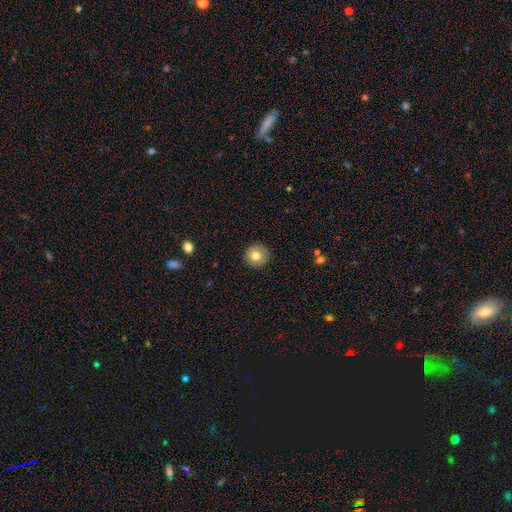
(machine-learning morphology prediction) A smooth galaxy with no disk features (78%) that is round (94%). Merging: none (91%).